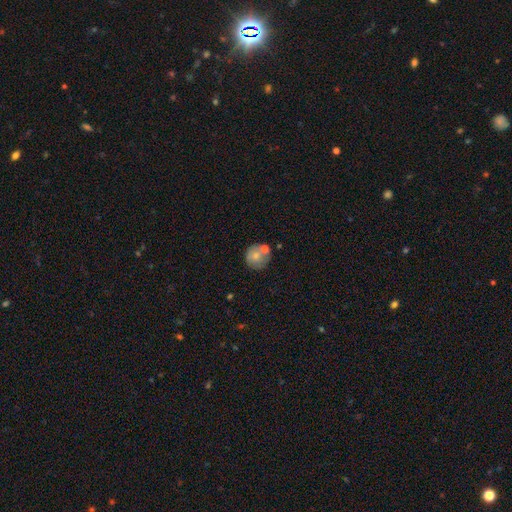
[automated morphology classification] smooth-or-featured: smooth: 70% | featured or disk: 21% | star or artifact: 8%
  how-rounded: round: 90% | in between: 9% | cigar-shaped: 1%
  merging: none: 59% | merger: 22% | minor disturbance: 14% | major disturbance: 5%